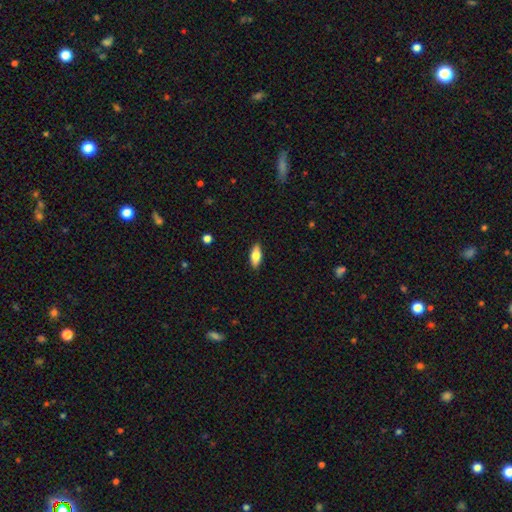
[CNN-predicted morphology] type=smooth (72%); roundness=in between (76%); merging=none (89%).